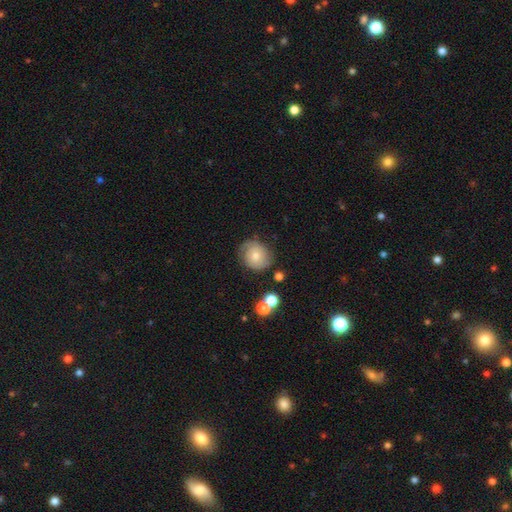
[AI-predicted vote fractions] Morphology: type=featured or disk (52%); edge-on=no (97%); bar=no (76%); spiral arms=yes (85%); bulge=moderate (50%); merging=none (74%).